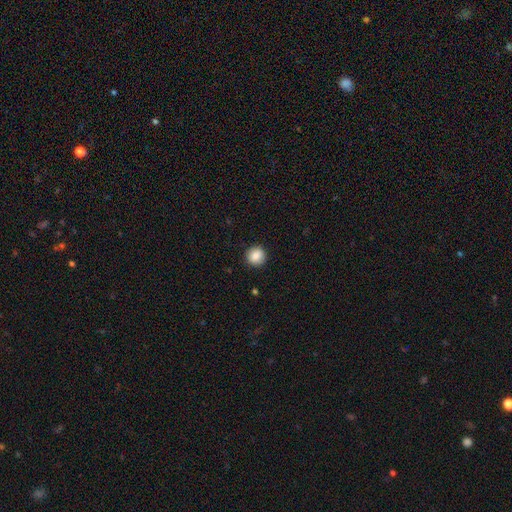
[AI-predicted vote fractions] This is clearly a smooth galaxy (87%). How rounded: clearly round (91%). Merging: clearly none (91%).